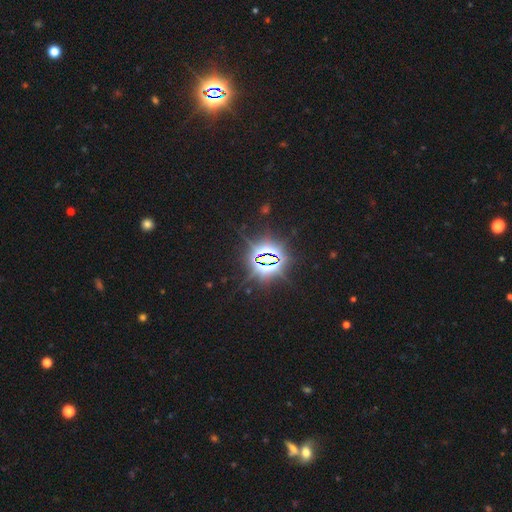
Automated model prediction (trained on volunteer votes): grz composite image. It shows a star or artifact, not a galaxy (85%).